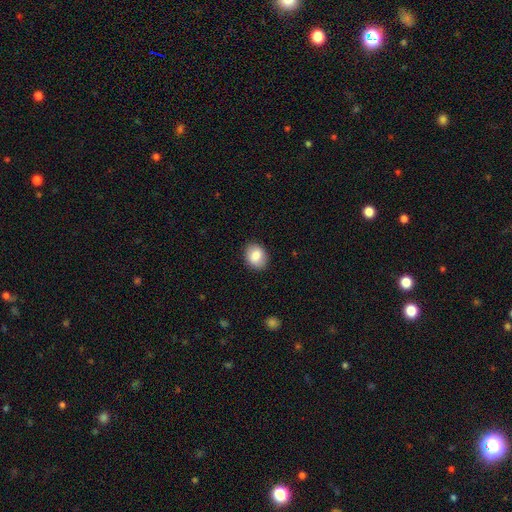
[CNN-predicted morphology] Overall: smooth (84%). How rounded: in between (54%; round 45%). Merging: none (87%).